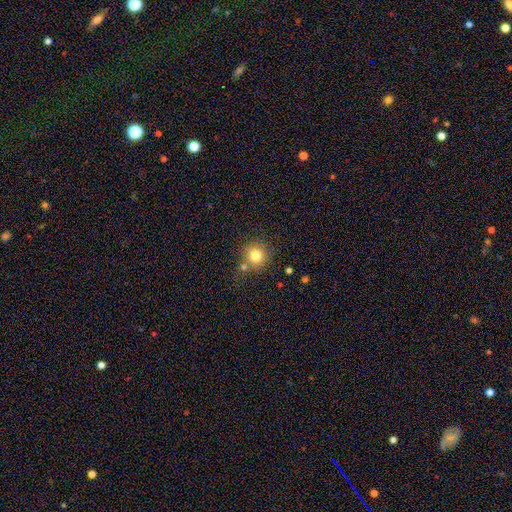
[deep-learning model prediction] This is likely a smooth galaxy (79%). How rounded: clearly round (91%). Merging: likely none (70%).